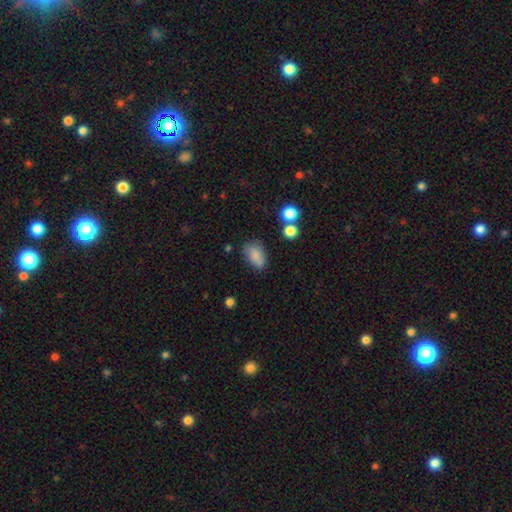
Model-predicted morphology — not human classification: Overall: smooth (81%). How rounded: in between (88%). Merging: none (67%).